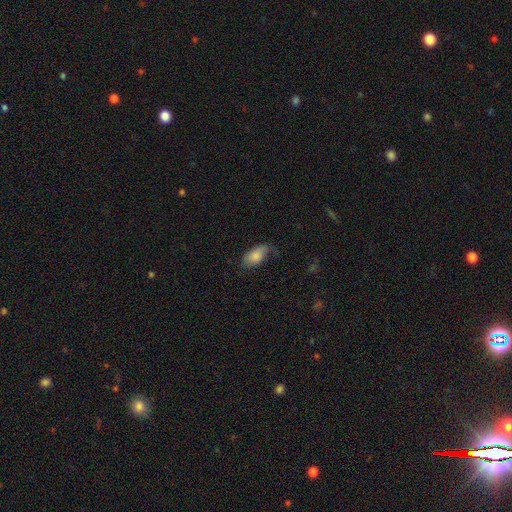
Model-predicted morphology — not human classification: smooth-or-featured: smooth: 79% | featured or disk: 15% | star or artifact: 7%
  how-rounded: in between: 93% | cigar-shaped: 4% | round: 3%
  merging: none: 51% | minor disturbance: 31% | major disturbance: 16% | merger: 2%